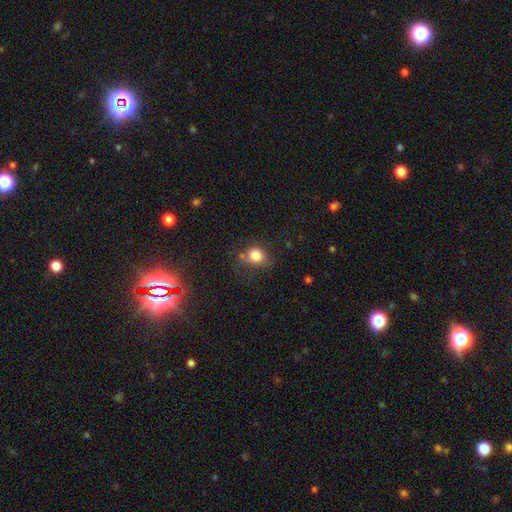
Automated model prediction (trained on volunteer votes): The model was most divided on "how rounded": round: 65%, in between: 34%, cigar-shaped: 1%. More confident: smooth or featured — smooth (81%); merging — none (60%).